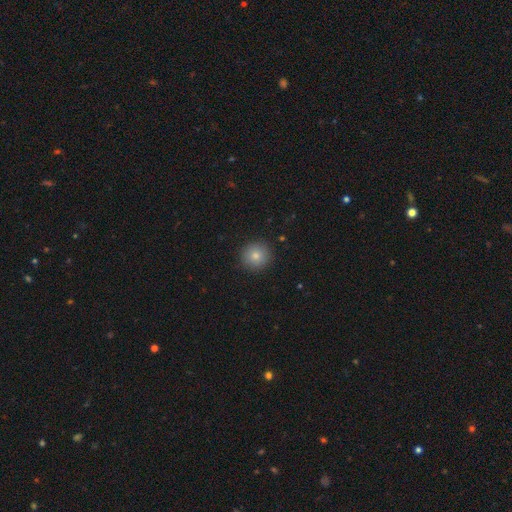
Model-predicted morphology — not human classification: A smooth galaxy with no disk features (81%) that is round (94%). Merging: none (91%).